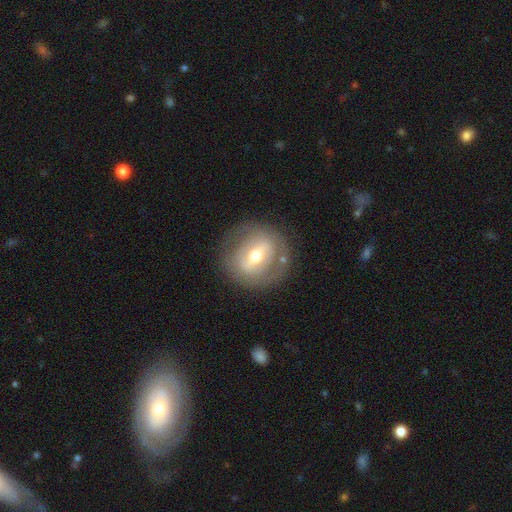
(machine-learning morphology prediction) This is likely a featured or disk galaxy (62%). It is clearly not viewed edge-on (92%). Bar: marginally strong (44%). Spiral arm pattern: likely no (69%). Central bulge: likely moderate (67%). Merging: likely none (80%).